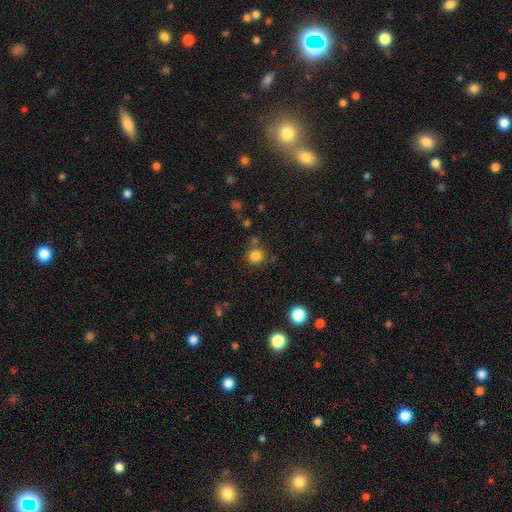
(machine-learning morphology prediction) smooth 82%, star or artifact 13%, featured or disk 5%. Down the decision tree: how rounded — round (91%); merging — none (76%).